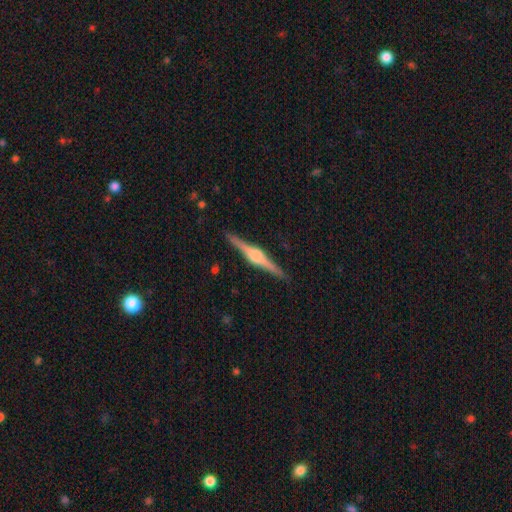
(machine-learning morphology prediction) Smooth or featured: featured or disk — 84% (smooth — 11%)
Edge-on disk: yes — 98% (no — 2%)
Edge-on bulge: rounded — 84% (boxy — 13%)
Merging: none — 91% (minor disturbance — 7%)